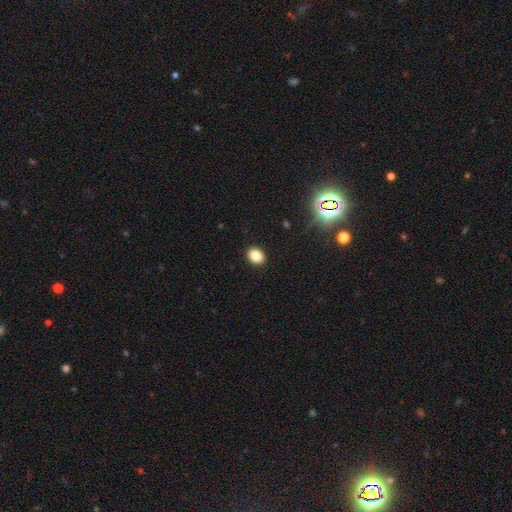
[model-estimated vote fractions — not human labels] smooth-or-featured: smooth: 84% | star or artifact: 11% | featured or disk: 5%
  how-rounded: in between: 61% | round: 38% | cigar-shaped: 1%
  merging: none: 91% | minor disturbance: 6% | major disturbance: 2% | merger: 1%